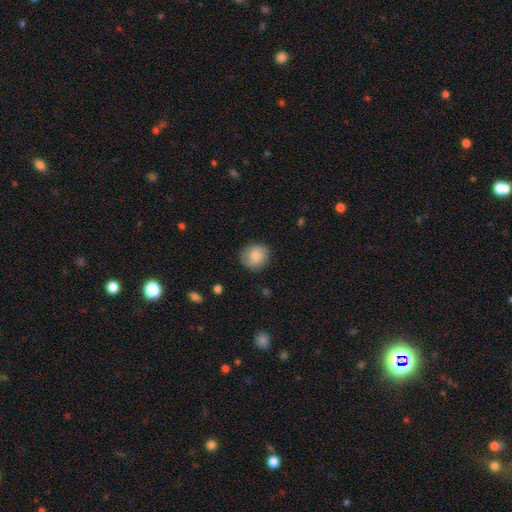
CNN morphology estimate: Overall: smooth (82%). How rounded: round (84%). Merging: none (81%).